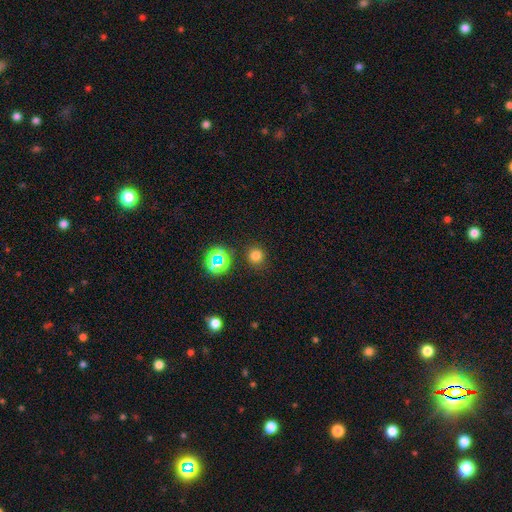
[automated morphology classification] The model was most divided on "smooth or featured": smooth: 74%, star or artifact: 21%, featured or disk: 5%. More confident: how rounded — round (90%); merging — none (87%).